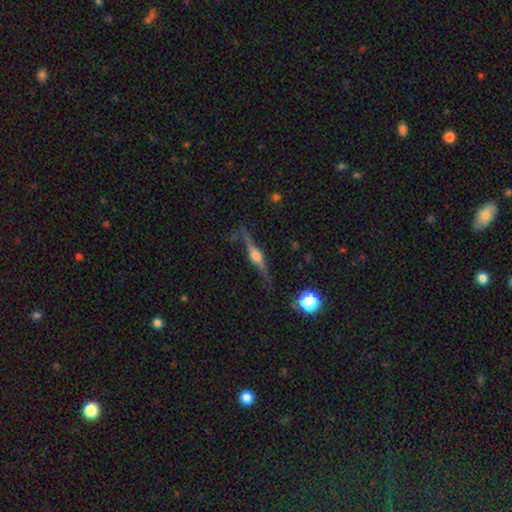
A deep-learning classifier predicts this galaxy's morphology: Smooth or featured?
  - featured or disk: 83% *
  - smooth: 10%
  - star or artifact: 7%
Edge-on disk?
  - yes: 96% *
  - no: 4%
Edge-on bulge?
  - rounded: 92% *
  - boxy: 6%
  - none: 2%
Merging?
  - none: 84% *
  - minor disturbance: 11%
  - major disturbance: 3%
  - merger: 2%